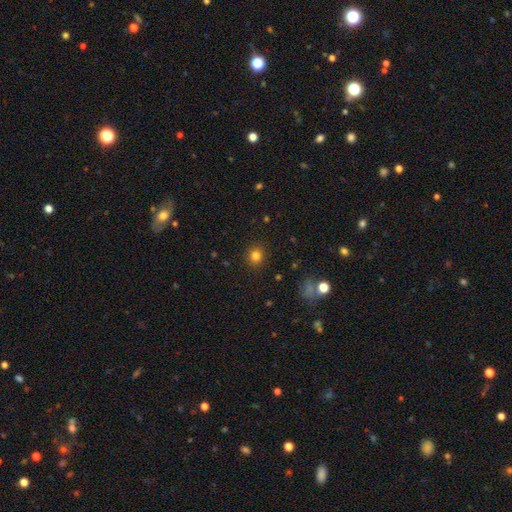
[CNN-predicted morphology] Smooth or featured?
  - smooth: 81% *
  - star or artifact: 14%
  - featured or disk: 6%
How rounded?
  - round: 88% *
  - in between: 11%
  - cigar-shaped: 1%
Merging?
  - none: 90% *
  - minor disturbance: 6%
  - major disturbance: 2%
  - merger: 1%